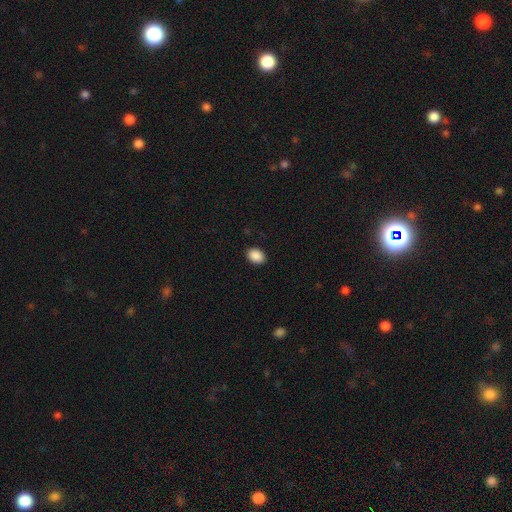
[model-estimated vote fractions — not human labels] Smooth or featured? Predicted: smooth (p=0.90). How rounded? Predicted: in between (p=0.75). Merging? Predicted: none (p=0.90).